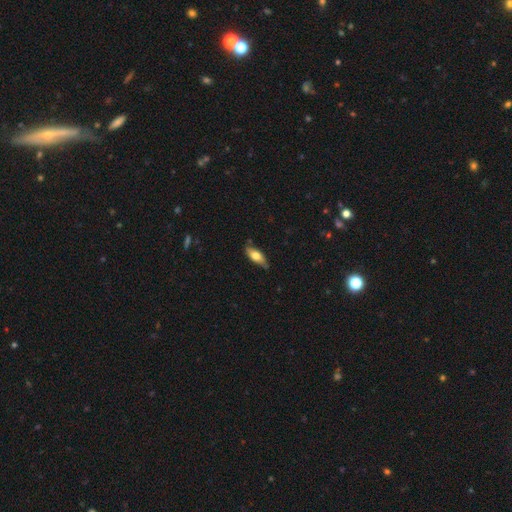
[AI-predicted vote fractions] This appears to be a smooth galaxy with no disk features (63%) that is in between round and cigar-shaped (72%). Merging: none (74%).